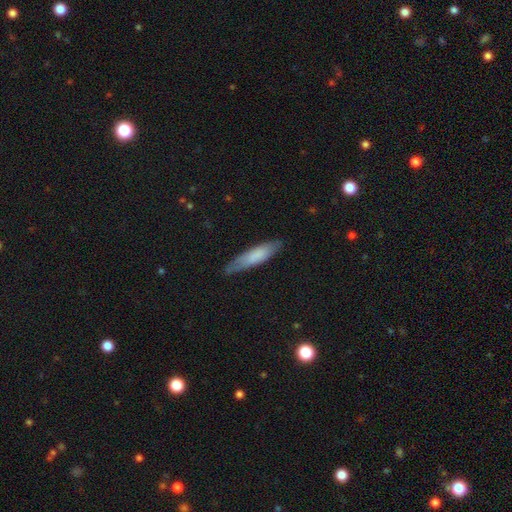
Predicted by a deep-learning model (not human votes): Smooth or featured?
  - smooth: 72% *
  - featured or disk: 23%
  - star or artifact: 6%
How rounded?
  - cigar-shaped: 71% *
  - in between: 27%
  - round: 1%
Merging?
  - none: 76% *
  - minor disturbance: 19%
  - major disturbance: 4%
  - merger: 1%